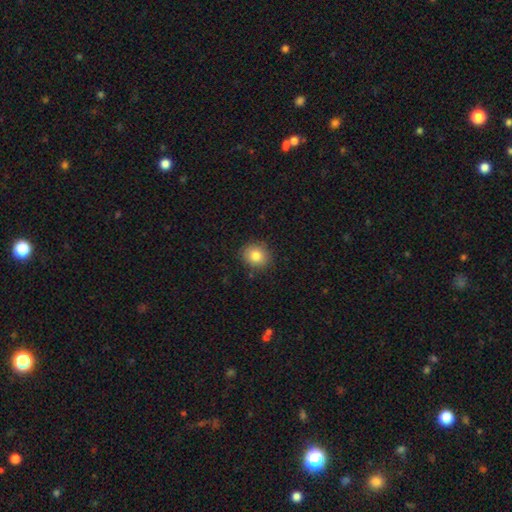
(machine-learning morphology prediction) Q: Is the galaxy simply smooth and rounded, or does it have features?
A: smooth — 82%.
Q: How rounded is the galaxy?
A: round — 78%.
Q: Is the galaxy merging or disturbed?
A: none — 87%.